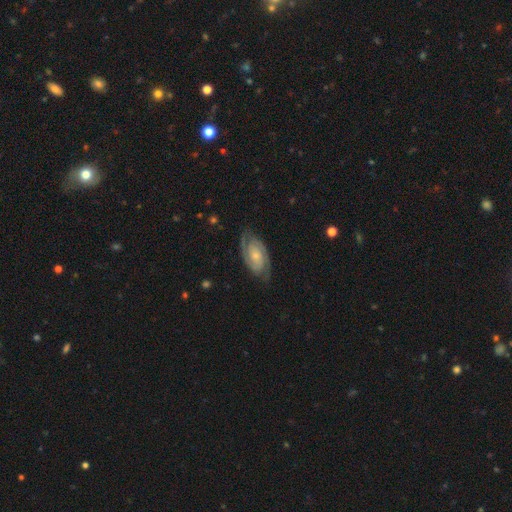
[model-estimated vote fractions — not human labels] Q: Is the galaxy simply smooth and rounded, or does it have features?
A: featured or disk — 82%.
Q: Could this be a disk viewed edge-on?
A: no — 96%.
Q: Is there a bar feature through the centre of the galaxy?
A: no — 67%.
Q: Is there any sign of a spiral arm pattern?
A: yes — 96%.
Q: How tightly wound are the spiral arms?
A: tight — 55%.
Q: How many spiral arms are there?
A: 2 — 85%.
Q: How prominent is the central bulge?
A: small — 64%.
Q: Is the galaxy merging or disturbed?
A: none — 77%.